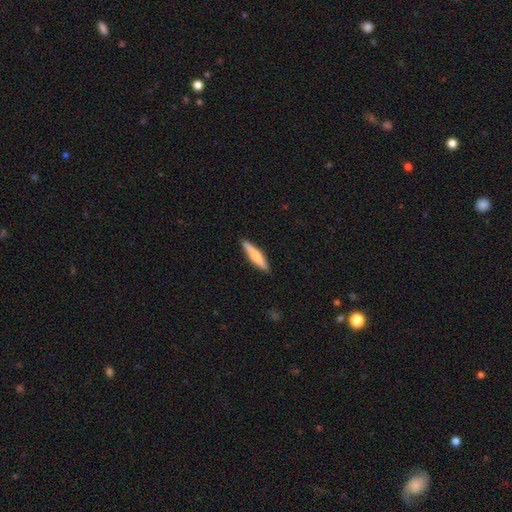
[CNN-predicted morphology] Smooth or featured?
  - smooth: 65% *
  - featured or disk: 30%
  - star or artifact: 5%
How rounded?
  - cigar-shaped: 86% *
  - in between: 12%
  - round: 1%
Merging?
  - none: 89% *
  - minor disturbance: 8%
  - major disturbance: 2%
  - merger: 1%